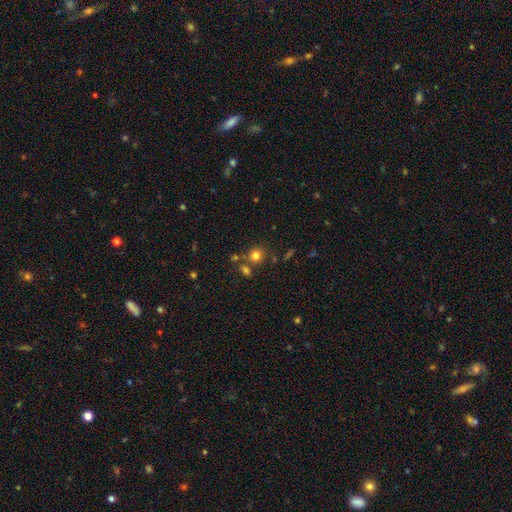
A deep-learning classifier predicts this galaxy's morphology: Smooth or featured?
  - smooth: 76% *
  - star or artifact: 16%
  - featured or disk: 8%
How rounded?
  - round: 84% *
  - in between: 15%
  - cigar-shaped: 1%
Merging?
  - none: 71% *
  - merger: 15%
  - minor disturbance: 9%
  - major disturbance: 4%